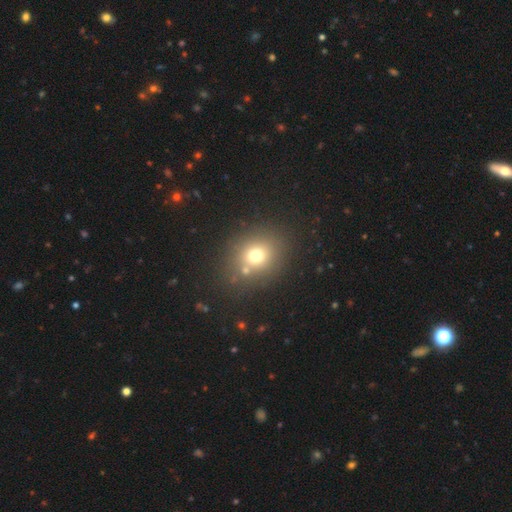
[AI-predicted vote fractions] This appears to be a smooth galaxy with no disk features (69%) that is round (72%). Merging: none (75%).